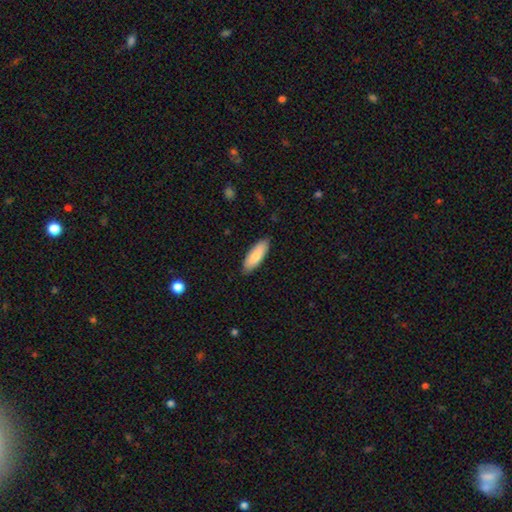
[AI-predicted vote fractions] The model was most divided on "how rounded": in between: 62%, cigar-shaped: 36%, round: 1%. More confident: merging — none (88%); smooth or featured — smooth (85%).